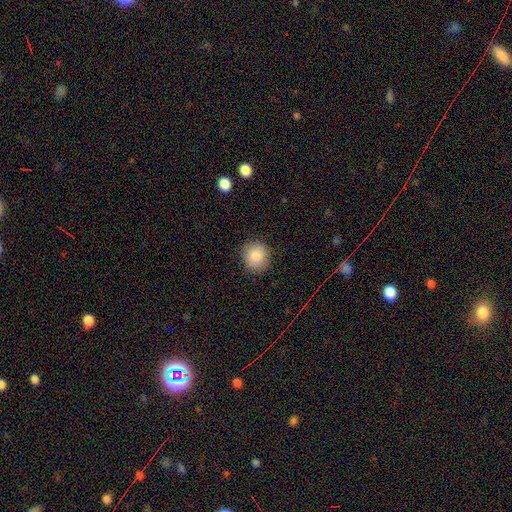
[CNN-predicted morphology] The model was most divided on "how rounded": round: 87%, in between: 12%, cigar-shaped: 1%. More confident: merging — none (87%); smooth or featured — smooth (85%).